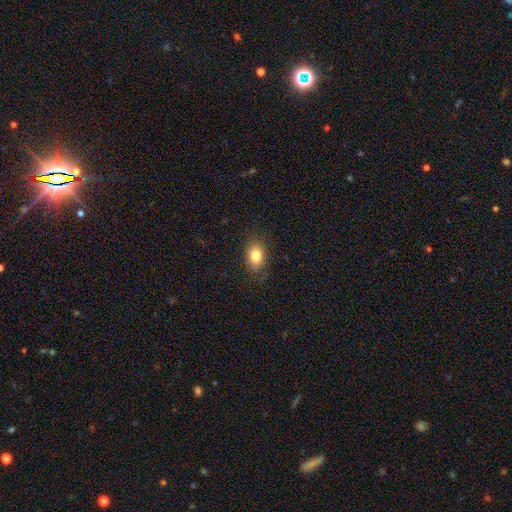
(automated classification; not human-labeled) smooth-or-featured: smooth: 81% | star or artifact: 10% | featured or disk: 9%
  how-rounded: in between: 77% | round: 22% | cigar-shaped: 1%
  merging: none: 85% | minor disturbance: 11% | major disturbance: 3% | merger: 1%